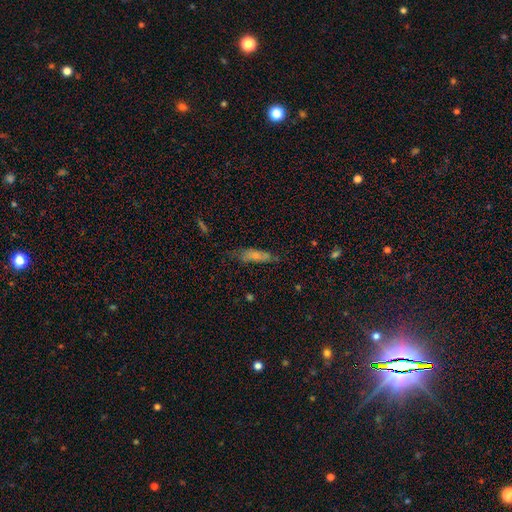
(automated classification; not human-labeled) smooth_or_featured: smooth (p=0.65) [alt: featured or disk p=0.25]
how_rounded: cigar-shaped (p=0.49) [alt: in between p=0.48]
merging: none (p=0.55) [alt: minor disturbance p=0.29]